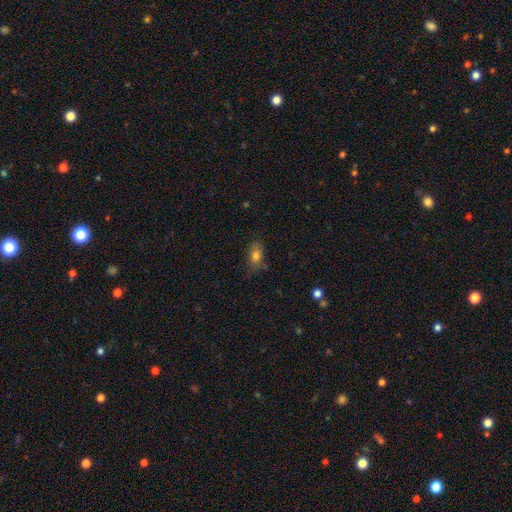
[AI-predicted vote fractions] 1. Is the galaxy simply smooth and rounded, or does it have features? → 76% smooth, 13% featured or disk, 11% star or artifact.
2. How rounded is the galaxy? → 80% in between, 10% round, 9% cigar-shaped.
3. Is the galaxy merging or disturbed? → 69% none, 22% minor disturbance, 6% major disturbance, 3% merger.